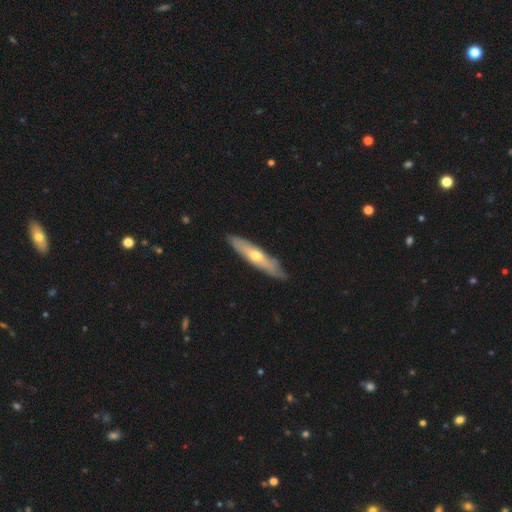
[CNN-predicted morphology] A featured or disk galaxy (55%) viewed edge-on (73%). Merging: none (86%).